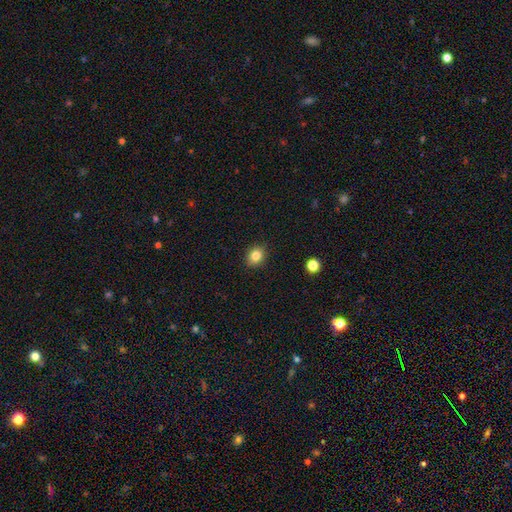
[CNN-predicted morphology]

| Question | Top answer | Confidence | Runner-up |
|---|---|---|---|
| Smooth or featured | smooth | 84% | star or artifact (10%) |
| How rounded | round | 62% | in between (38%) |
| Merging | none | 90% | minor disturbance (7%) |